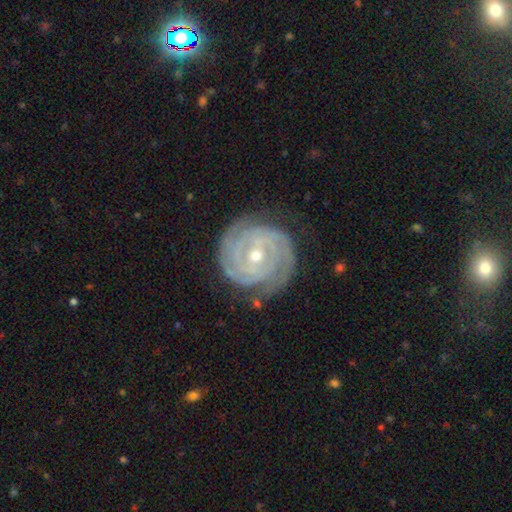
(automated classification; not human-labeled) A featured or disk galaxy (91%) with a weak bar (41%), 2 (30%) tight (88%) spiral arms (98%) and a small central bulge (57%). Merging: none (80%).